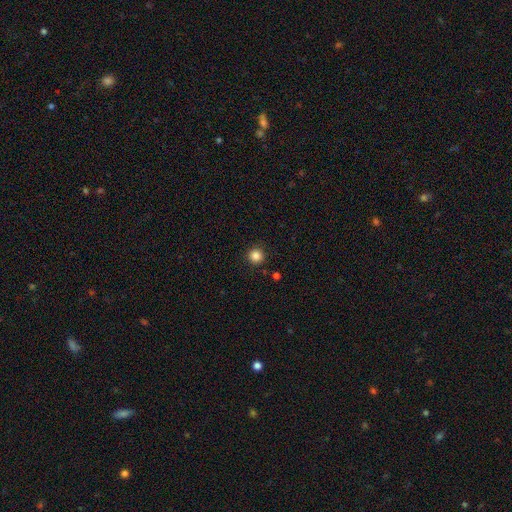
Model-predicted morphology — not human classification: This is clearly a smooth galaxy (85%). How rounded: clearly round (96%). Merging: clearly none (92%).